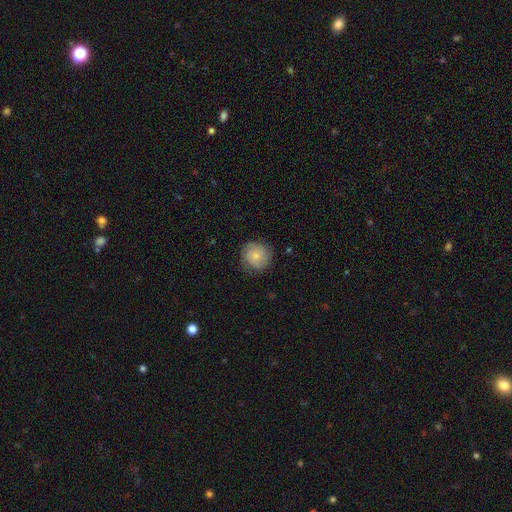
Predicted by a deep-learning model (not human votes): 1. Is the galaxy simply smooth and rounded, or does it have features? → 67% smooth, 26% featured or disk, 7% star or artifact.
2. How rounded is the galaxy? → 91% round, 8% in between, 1% cigar-shaped.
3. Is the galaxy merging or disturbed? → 79% none, 16% minor disturbance, 4% major disturbance, 1% merger.